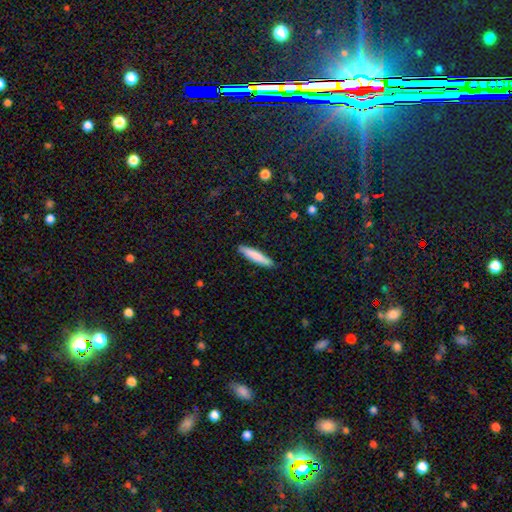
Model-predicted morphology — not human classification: A smooth galaxy with no disk features (81%) that is cigar-shaped (88%). Merging: none (90%).